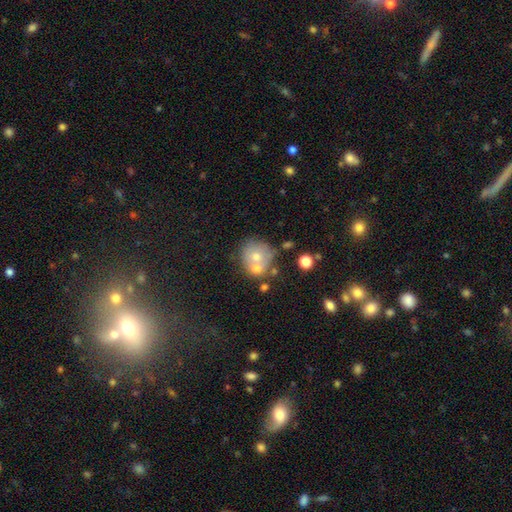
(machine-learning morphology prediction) smooth-or-featured: smooth: 58% | featured or disk: 29% | star or artifact: 13%
  how-rounded: round: 84% | in between: 15% | cigar-shaped: 1%
  merging: none: 45% | merger: 37% | minor disturbance: 12% | major disturbance: 5%